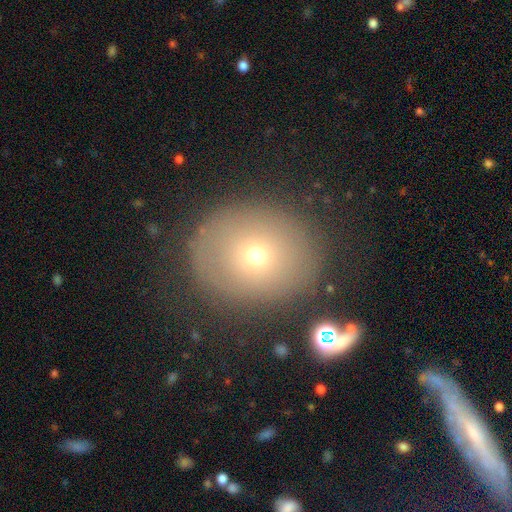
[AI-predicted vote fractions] smooth_or_featured: smooth (p=0.64) [alt: featured or disk p=0.19]
how_rounded: round (p=0.75) [alt: in between p=0.24]
merging: none (p=0.78) [alt: minor disturbance p=0.12]